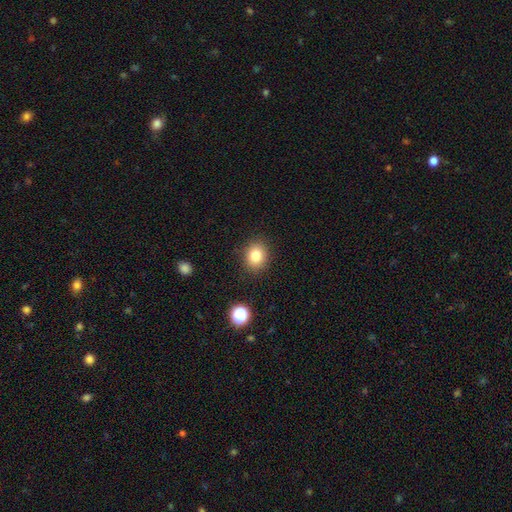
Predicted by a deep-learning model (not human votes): smooth 81%, star or artifact 11%, featured or disk 7%. Down the decision tree: how rounded — round (65%); merging — none (88%).